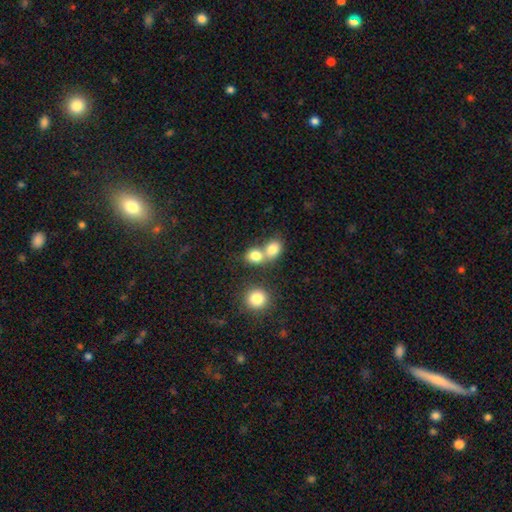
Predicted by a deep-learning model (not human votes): smooth 81%, star or artifact 11%, featured or disk 8%. Down the decision tree: how rounded — round (67%); merging — merger (49%).